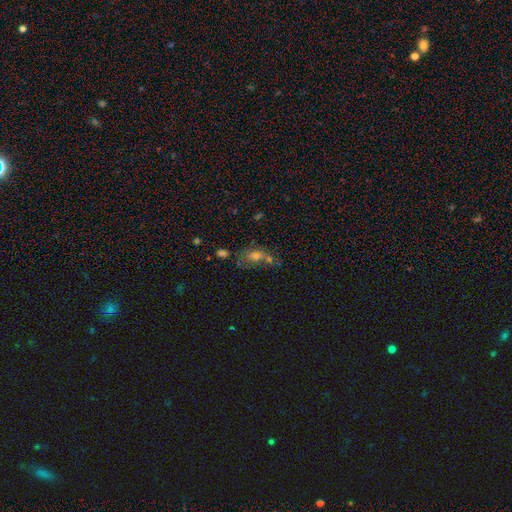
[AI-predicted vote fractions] smooth 45%, featured or disk 29%, star or artifact 26%. Down the decision tree: merging — none (40%).